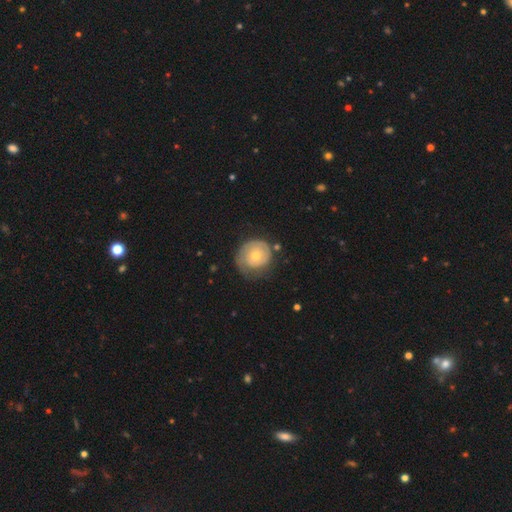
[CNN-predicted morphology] The model was most divided on "bulge size": moderate: 55%, small: 39%, large: 3%, none: 1%, dominant: 1%. More confident: edge-on disk — no (97%); bar — no (83%); spiral arms — yes (74%); merging — none (58%); smooth or featured — featured or disk (57%).